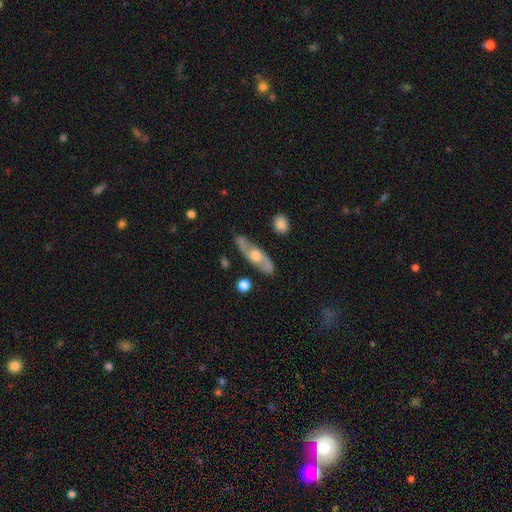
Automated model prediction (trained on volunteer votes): Overall: featured or disk (66%; smooth 28%). Edge-on disk: no (67%; yes 33%). Merging: none (81%).